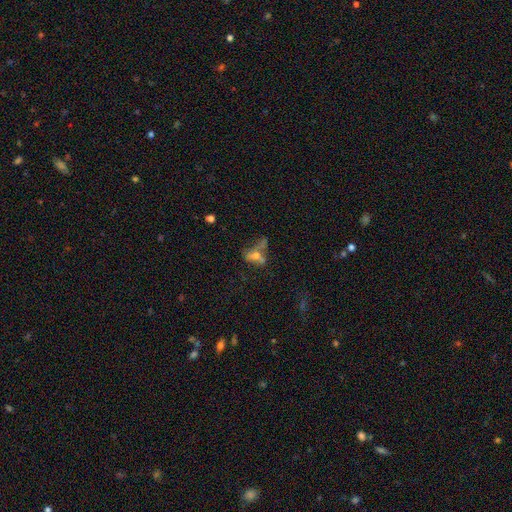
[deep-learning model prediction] Overall: smooth (44%; featured or disk 37%). Merging: merger (34%; none 27%).